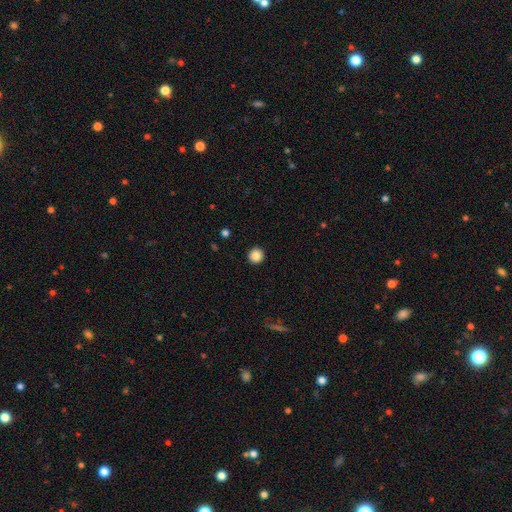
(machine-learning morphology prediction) A smooth galaxy with no disk features (88%) that is round (95%). Merging: none (93%).